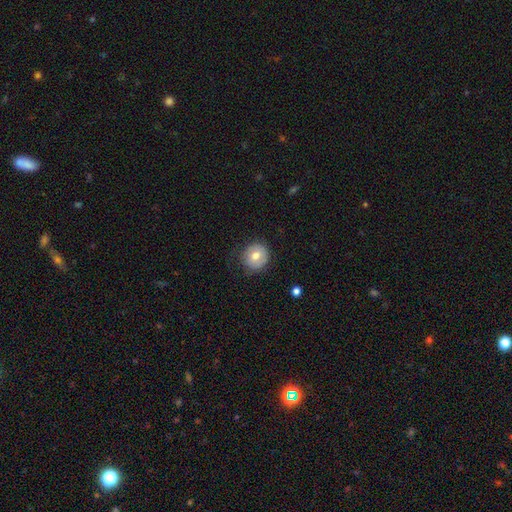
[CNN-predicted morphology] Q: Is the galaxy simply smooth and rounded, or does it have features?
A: smooth — 70%.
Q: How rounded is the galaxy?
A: round — 87%.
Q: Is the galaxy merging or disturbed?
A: none — 74%.